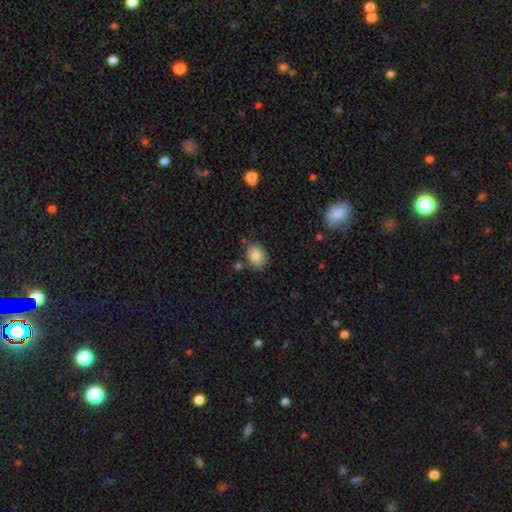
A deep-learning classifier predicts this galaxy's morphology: The model was most divided on "how rounded": in between: 69%, round: 30%, cigar-shaped: 1%. More confident: smooth or featured — smooth (86%); merging — none (79%).